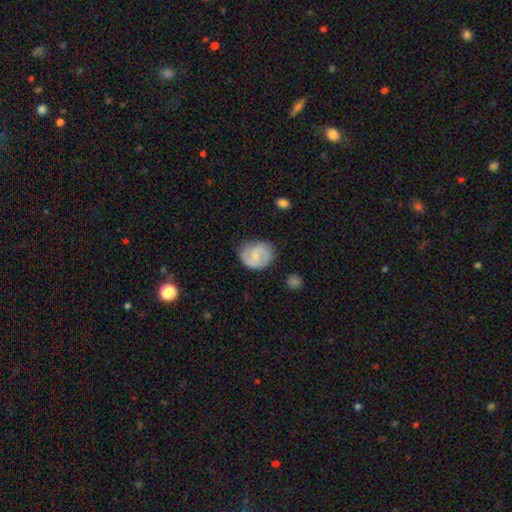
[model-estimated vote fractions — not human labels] smooth-or-featured: featured or disk: 75% | smooth: 20% | star or artifact: 5%
  disk-edge-on: no: 98% | yes: 2%
    bar: weak: 50% | no: 41% | strong: 9%
    has-spiral-arms: yes: 95% | no: 5%
      spiral-winding: medium: 51% | tight: 33% | loose: 16%
      spiral-arm-count: 2: 89% | can't tell: 5% | 1: 2% | 3: 2% | 4: 1% | more than 4: 1%
    bulge-size: small: 58% | moderate: 25% | none: 15% | large: 1% | dominant: 1%
  merging: none: 82% | minor disturbance: 13% | major disturbance: 4% | merger: 2%